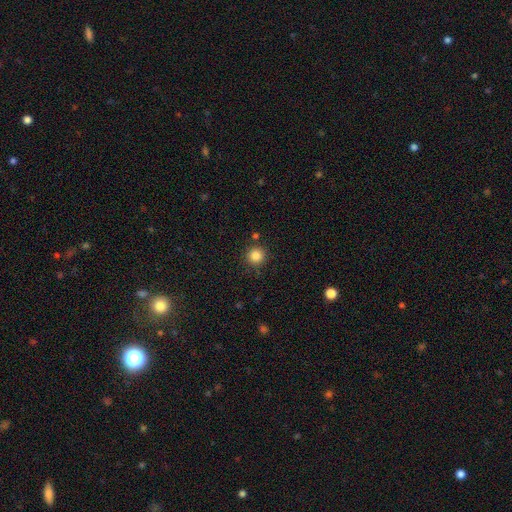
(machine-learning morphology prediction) A smooth galaxy with no disk features (85%) that is round (94%).

Vote fractions:
- Smooth or featured? smooth: 85% / star or artifact: 11% / featured or disk: 4%
- How rounded? round: 94% / in between: 5% / cigar-shaped: 1%
- Merging? none: 88% / minor disturbance: 7% / merger: 3% / major disturbance: 2%